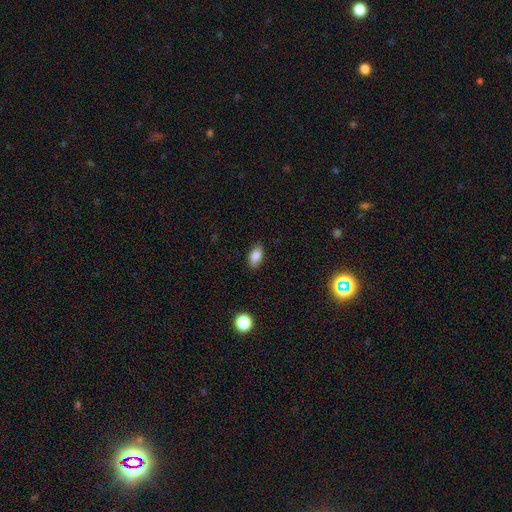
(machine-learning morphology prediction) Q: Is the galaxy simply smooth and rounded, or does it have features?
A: smooth — 84%.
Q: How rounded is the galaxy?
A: in between — 90%.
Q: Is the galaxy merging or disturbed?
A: none — 85%.